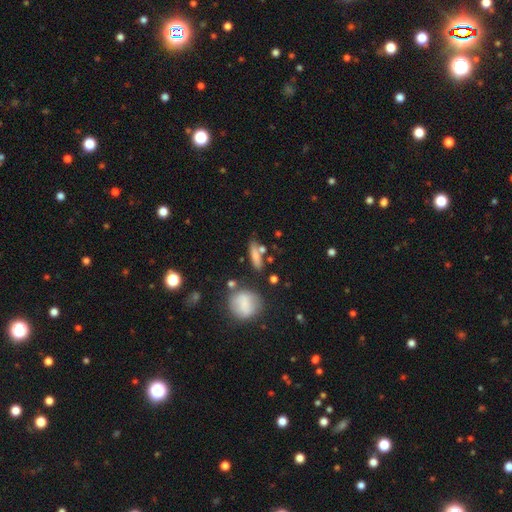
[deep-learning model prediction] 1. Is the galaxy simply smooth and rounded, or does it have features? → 71% smooth, 19% featured or disk, 10% star or artifact.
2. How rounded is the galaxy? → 61% cigar-shaped, 32% in between, 6% round.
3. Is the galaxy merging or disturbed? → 67% none, 16% minor disturbance, 12% merger, 6% major disturbance.